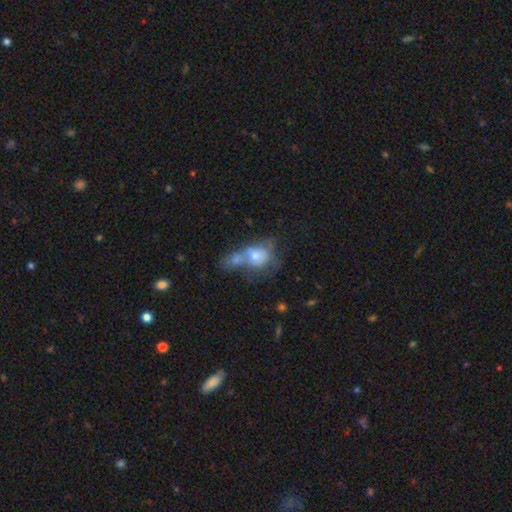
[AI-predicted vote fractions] smooth 61%, featured or disk 29%, star or artifact 10%. Down the decision tree: how rounded — in between (55%); merging — merger (62%).